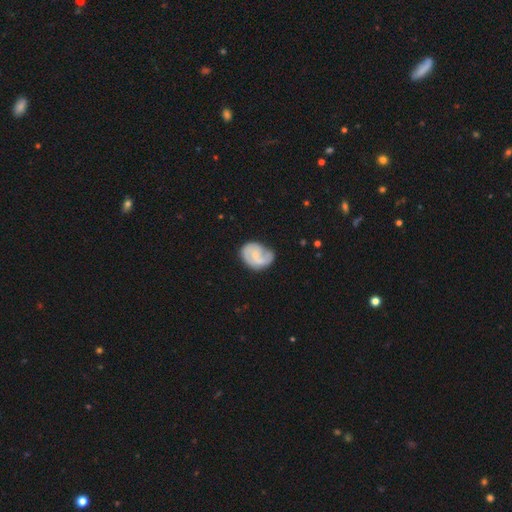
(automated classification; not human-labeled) Overall: featured or disk (65%; smooth 29%). Edge-on disk: no (98%). Bar: no (58%; weak 35%). Spiral arms: yes (88%). Spiral arm count: 2 (63%). Spiral winding: medium (43%; tight 32%). Bulge size: small (59%; moderate 20%). Merging: none (53%; minor disturbance 30%).